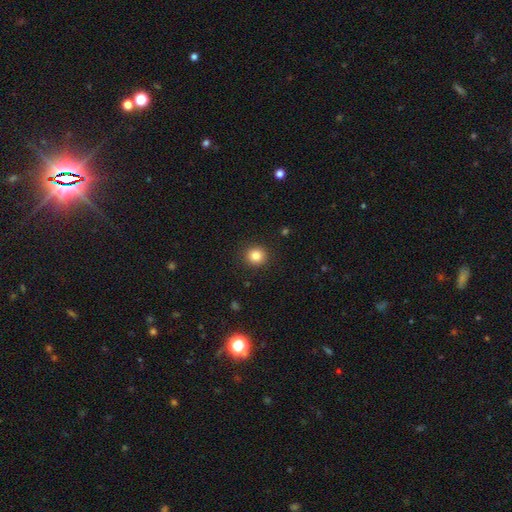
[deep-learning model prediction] smooth_or_featured: smooth (p=0.84) [alt: star or artifact p=0.11]
how_rounded: round (p=0.91) [alt: in between p=0.08]
merging: none (p=0.91) [alt: minor disturbance p=0.06]